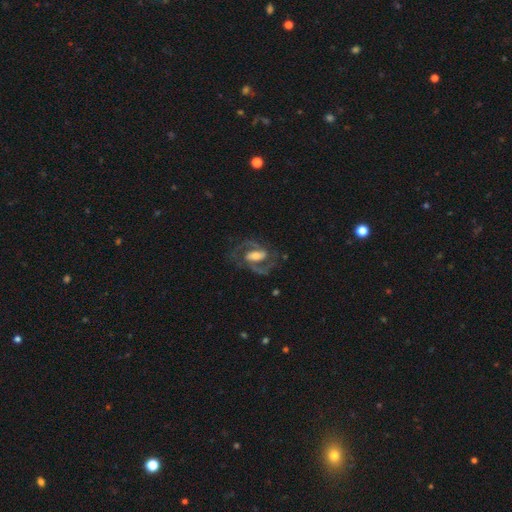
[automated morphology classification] This appears to be a featured or disk galaxy (88%) with a weak bar (42%), 2 (92%) medium (63%) spiral arms (96%) and a moderate central bulge (48%). Merging: none (74%).